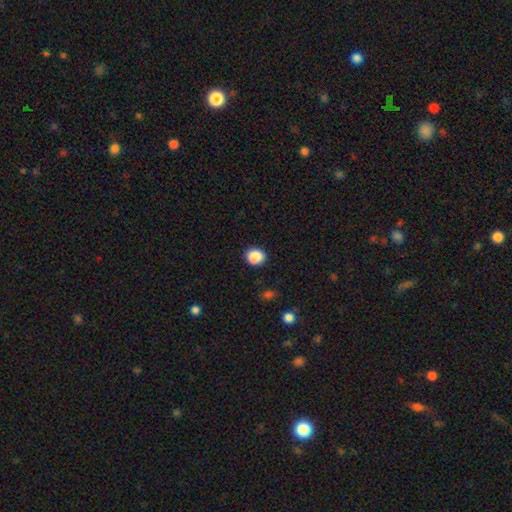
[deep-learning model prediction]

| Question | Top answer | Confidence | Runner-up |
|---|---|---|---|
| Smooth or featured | smooth | 88% | star or artifact (9%) |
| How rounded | round | 73% | in between (26%) |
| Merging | none | 88% | minor disturbance (9%) |